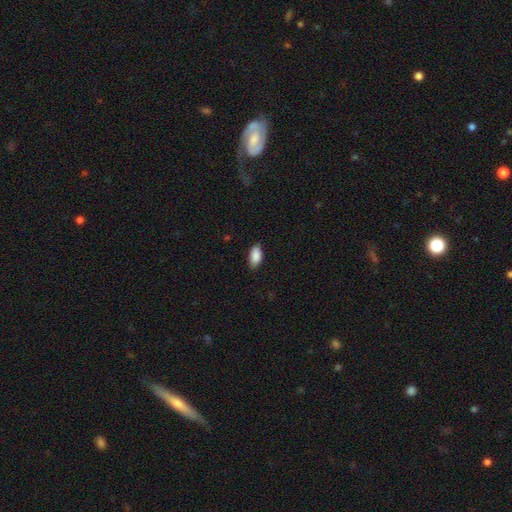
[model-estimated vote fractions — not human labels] Smooth or featured: smooth — 89% (star or artifact — 6%)
How rounded: in between — 93% (cigar-shaped — 4%)
Merging: none — 84% (minor disturbance — 12%)